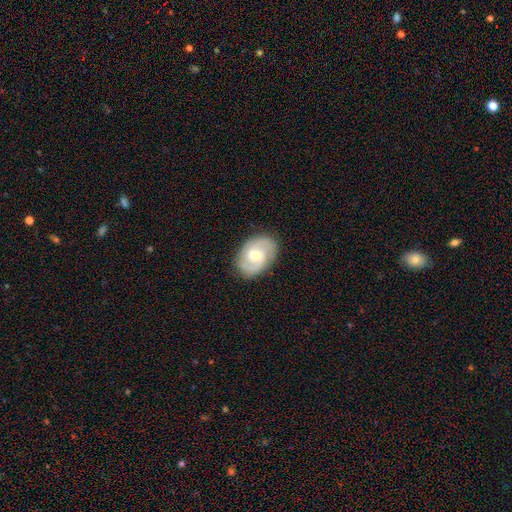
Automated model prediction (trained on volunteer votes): A featured or disk galaxy (73%) with a weak bar (54%), 2 (79%) medium (49%) spiral arms (92%) and a moderate central bulge (55%). Merging: none (83%).